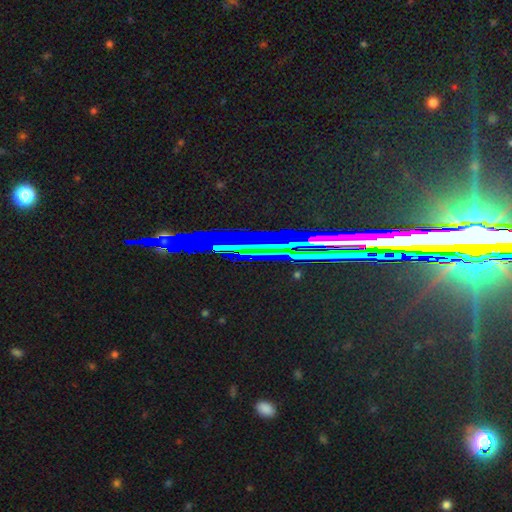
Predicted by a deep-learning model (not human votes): Morphology: type=star or artifact (73%).